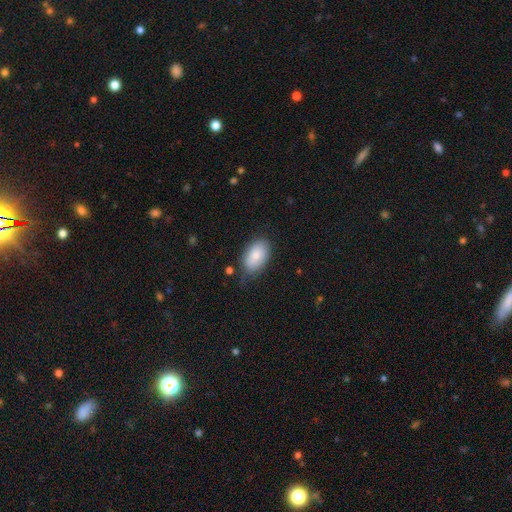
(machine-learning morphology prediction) Overall: smooth (82%). How rounded: in between (93%). Merging: none (71%).